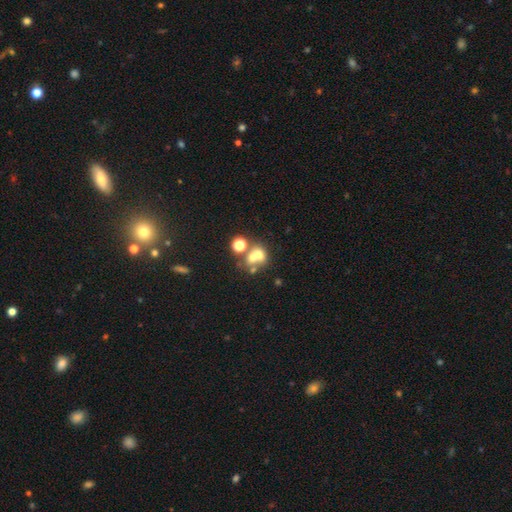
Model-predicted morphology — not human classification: This appears to be a smooth galaxy with no disk features (56%) that is round (59%). Merging: merger (54%).